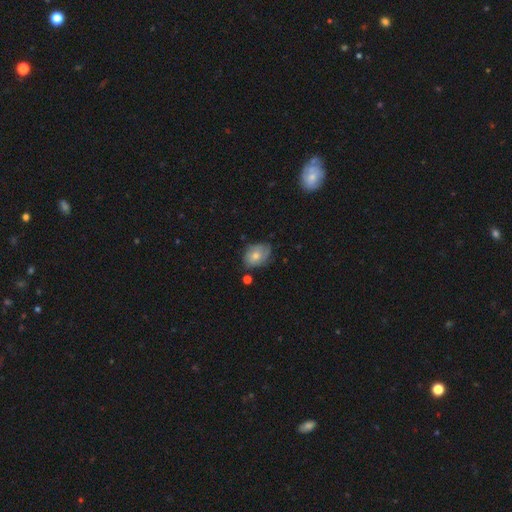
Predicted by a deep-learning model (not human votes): This appears to be a smooth galaxy with no disk features (57%) that is in between round and cigar-shaped (62%). Merging: none (60%).